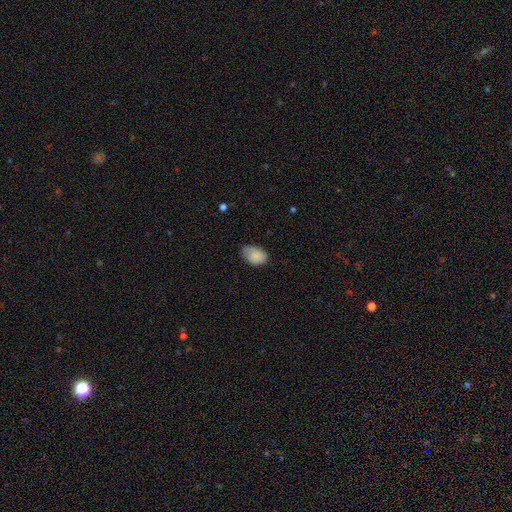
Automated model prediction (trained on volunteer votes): Smooth or featured? smooth (85%)
How rounded? in between (86%)
Merging? none (58%)